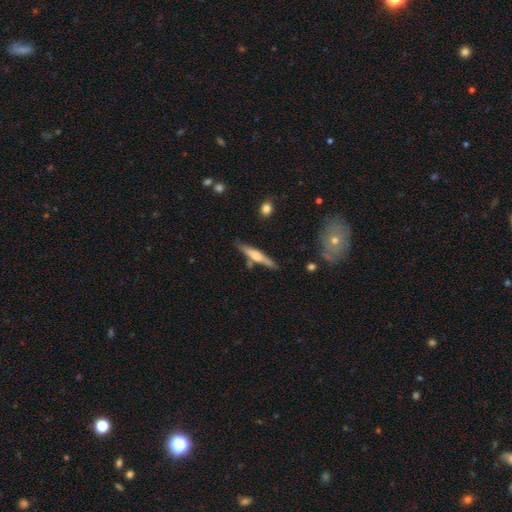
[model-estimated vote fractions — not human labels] smooth-or-featured: featured or disk: 53% | smooth: 41% | star or artifact: 6%
  disk-edge-on: yes: 95% | no: 5%
    edge-on-bulge: rounded: 82% | boxy: 10% | none: 9%
  merging: none: 77% | minor disturbance: 13% | merger: 7% | major disturbance: 3%